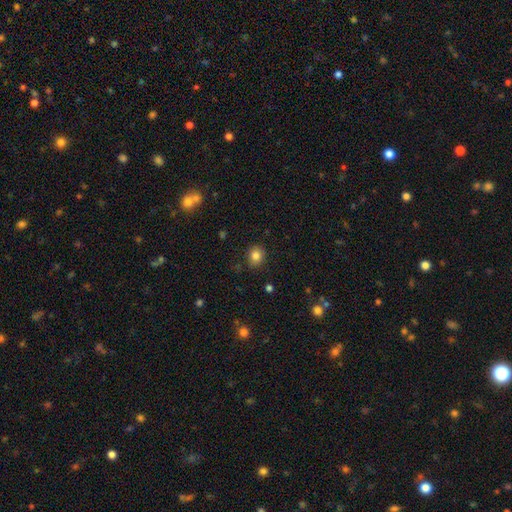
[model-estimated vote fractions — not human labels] smooth-or-featured: smooth: 83% | star or artifact: 11% | featured or disk: 6%
  how-rounded: round: 67% | in between: 32% | cigar-shaped: 1%
  merging: none: 86% | minor disturbance: 10% | major disturbance: 2% | merger: 1%